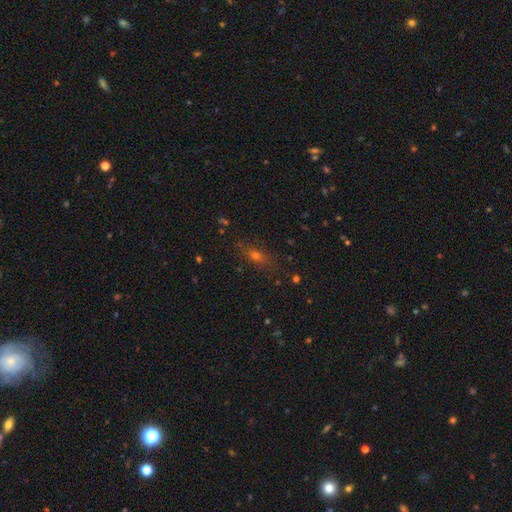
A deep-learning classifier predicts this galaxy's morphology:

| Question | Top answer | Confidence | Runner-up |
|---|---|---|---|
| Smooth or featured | smooth | 50% | star or artifact (28%) |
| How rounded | in between | 54% | cigar-shaped (28%) |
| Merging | none | 79% | minor disturbance (14%) |